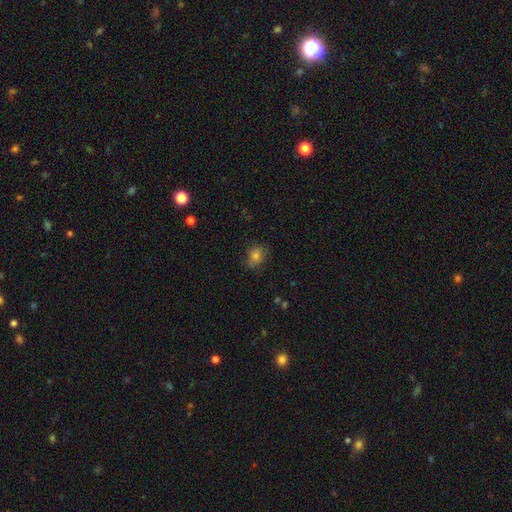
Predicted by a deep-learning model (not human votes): Smooth or featured?
  - smooth: 78% *
  - star or artifact: 12%
  - featured or disk: 9%
How rounded?
  - round: 54% *
  - in between: 45%
  - cigar-shaped: 1%
Merging?
  - none: 75% *
  - minor disturbance: 19%
  - major disturbance: 5%
  - merger: 1%